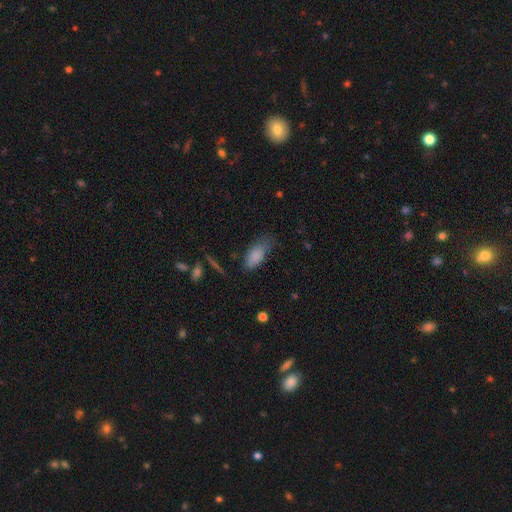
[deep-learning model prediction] smooth 85%, featured or disk 8%, star or artifact 7%. Down the decision tree: how rounded — in between (87%); merging — none (54%).